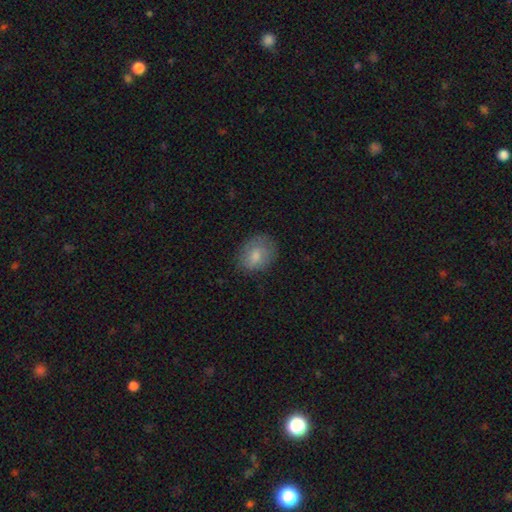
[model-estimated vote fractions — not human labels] Smooth or featured? smooth (74%)
How rounded? in between (54%)
Merging? none (72%)